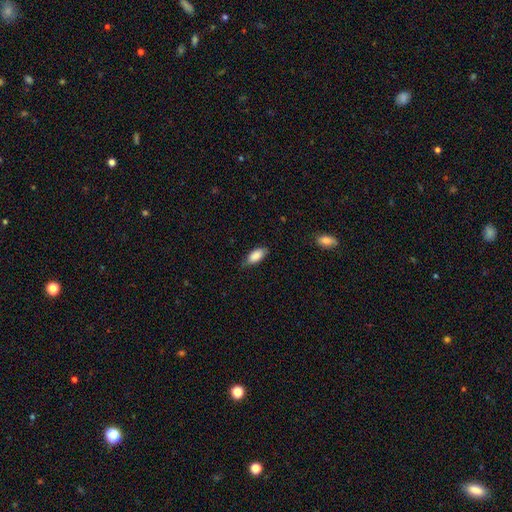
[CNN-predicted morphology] Smooth or featured?
  - smooth: 86% *
  - featured or disk: 8%
  - star or artifact: 6%
How rounded?
  - in between: 87% *
  - cigar-shaped: 11%
  - round: 2%
Merging?
  - none: 71% *
  - minor disturbance: 24%
  - major disturbance: 4%
  - merger: 1%